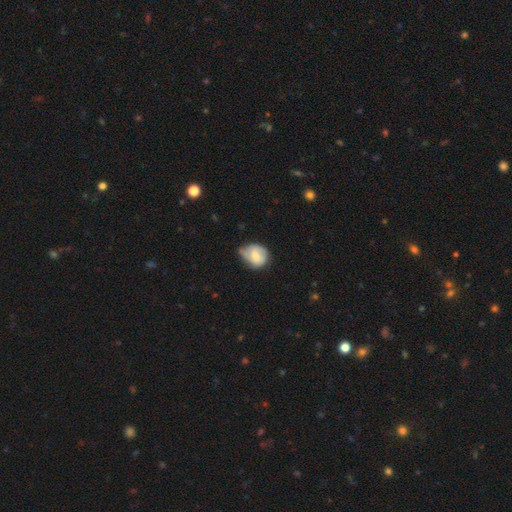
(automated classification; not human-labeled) smooth_or_featured: smooth (p=0.65) [alt: featured or disk p=0.28]
how_rounded: round (p=0.58) [alt: in between p=0.41]
merging: minor disturbance (p=0.43) [alt: none p=0.42]